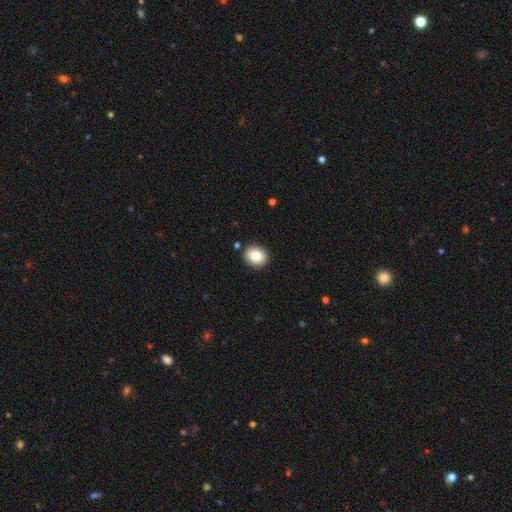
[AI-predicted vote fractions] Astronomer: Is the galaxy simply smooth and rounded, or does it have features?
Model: smooth — 83%.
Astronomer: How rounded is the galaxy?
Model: round — 63%.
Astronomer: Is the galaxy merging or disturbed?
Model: none — 89%.